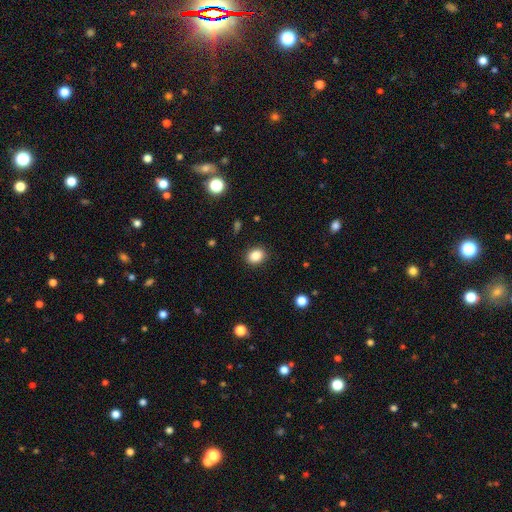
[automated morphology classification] type=smooth (86%); roundness=in between (58%); merging=none (89%).